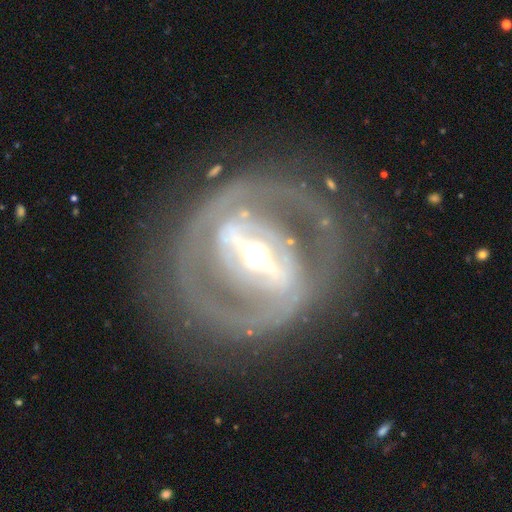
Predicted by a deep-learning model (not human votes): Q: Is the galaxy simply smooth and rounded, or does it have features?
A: featured or disk — 86%.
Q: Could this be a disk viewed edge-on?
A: no — 89%.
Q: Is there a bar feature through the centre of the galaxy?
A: strong — 76%.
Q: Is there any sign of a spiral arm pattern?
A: yes — 61%.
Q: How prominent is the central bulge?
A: moderate — 62%.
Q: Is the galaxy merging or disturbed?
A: none — 71%.